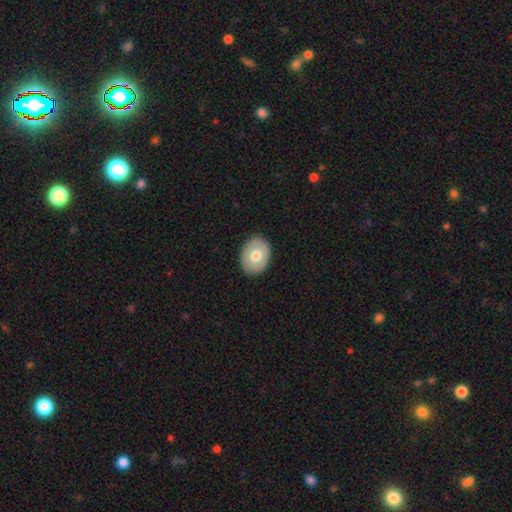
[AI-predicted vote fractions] Morphology: type=smooth (66%); roundness=in between (66%); merging=none (87%).